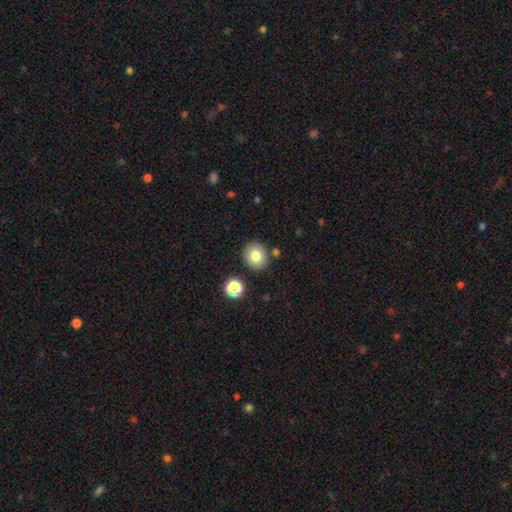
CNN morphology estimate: Smooth or featured?
  - smooth: 79% *
  - star or artifact: 11%
  - featured or disk: 10%
How rounded?
  - round: 73% *
  - in between: 26%
  - cigar-shaped: 1%
Merging?
  - none: 83% *
  - minor disturbance: 9%
  - merger: 5%
  - major disturbance: 3%